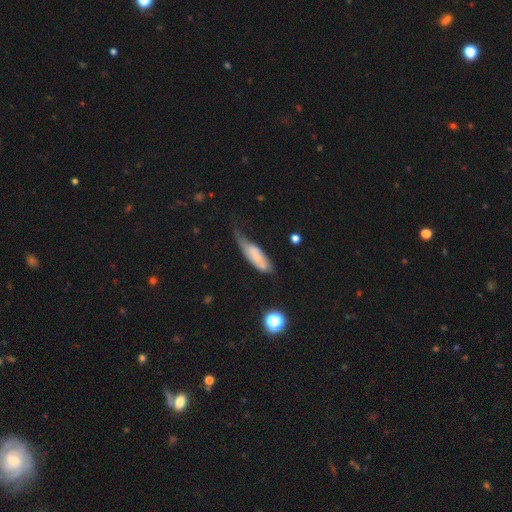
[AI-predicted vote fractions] Morphology: type=smooth (61%); roundness=in between (54%); merging=minor disturbance (37%).